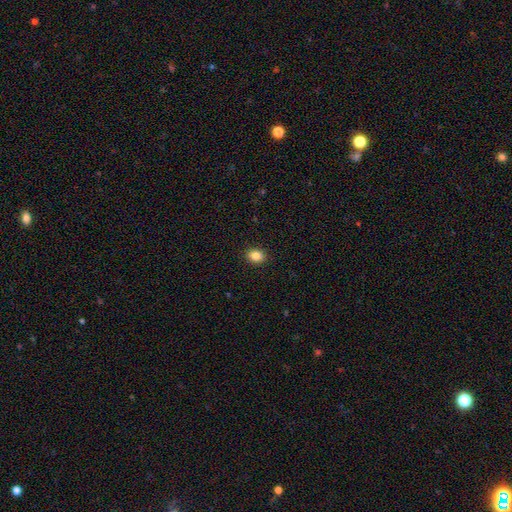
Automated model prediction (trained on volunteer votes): A smooth galaxy with no disk features (85%) that is in between round and cigar-shaped (58%). Merging: none (91%).